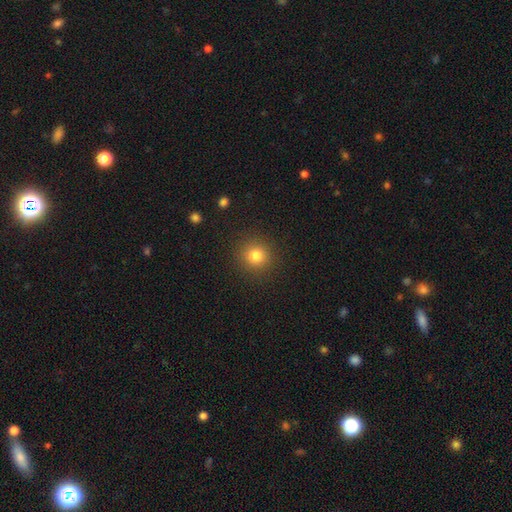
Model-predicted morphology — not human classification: A smooth galaxy with no disk features (80%) that is round (92%).

Vote fractions:
- Smooth or featured? smooth: 80% / star or artifact: 13% / featured or disk: 6%
- How rounded? round: 92% / in between: 7% / cigar-shaped: 1%
- Merging? none: 90% / minor disturbance: 6% / major disturbance: 3% / merger: 1%